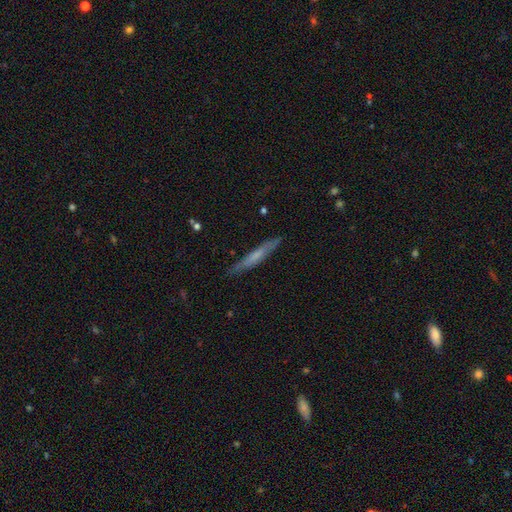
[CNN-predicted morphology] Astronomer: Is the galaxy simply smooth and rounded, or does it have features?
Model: smooth — 51% (runner-up: featured or disk, 42%).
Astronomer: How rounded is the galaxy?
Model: cigar-shaped — 95%.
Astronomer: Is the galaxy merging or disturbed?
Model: none — 84%.